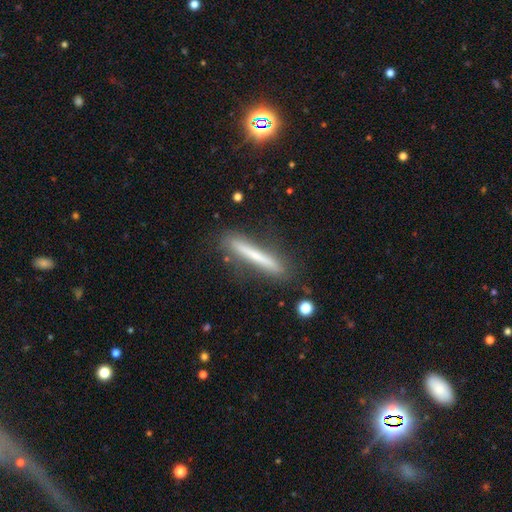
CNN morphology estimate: smooth-or-featured: smooth: 53% | featured or disk: 39% | star or artifact: 8%
  how-rounded: cigar-shaped: 96% | in between: 3% | round: 1%
  merging: none: 84% | minor disturbance: 11% | major disturbance: 3% | merger: 2%